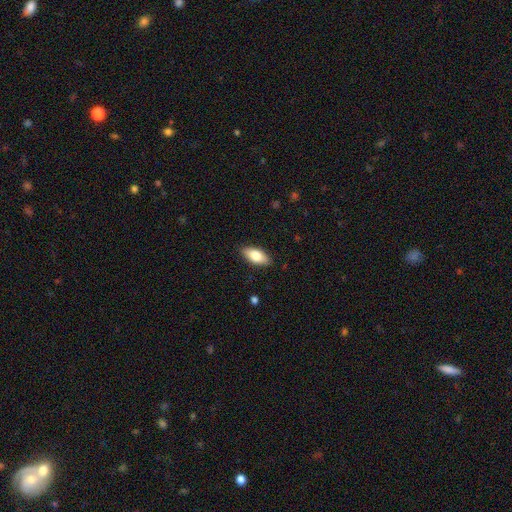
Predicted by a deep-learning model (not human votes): The model was most divided on "smooth or featured": smooth: 79%, featured or disk: 15%, star or artifact: 6%. More confident: how rounded — in between (88%); merging — none (88%).